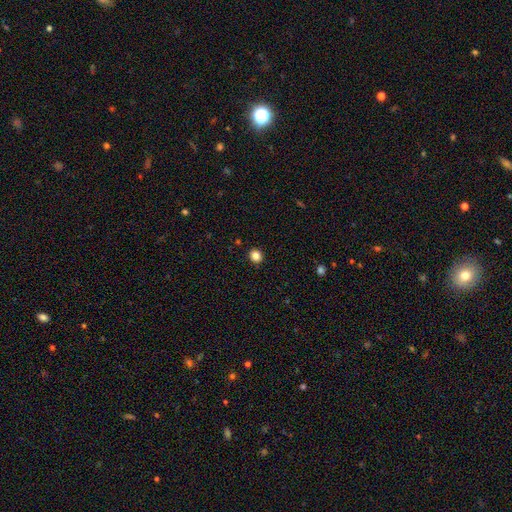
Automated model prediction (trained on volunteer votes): Morphology: type=smooth (84%); roundness=round (84%); merging=none (92%).